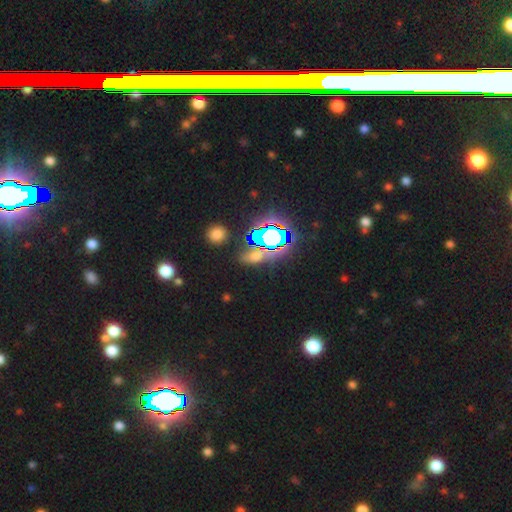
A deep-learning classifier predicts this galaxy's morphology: Overall: star or artifact (54%; smooth 31%).